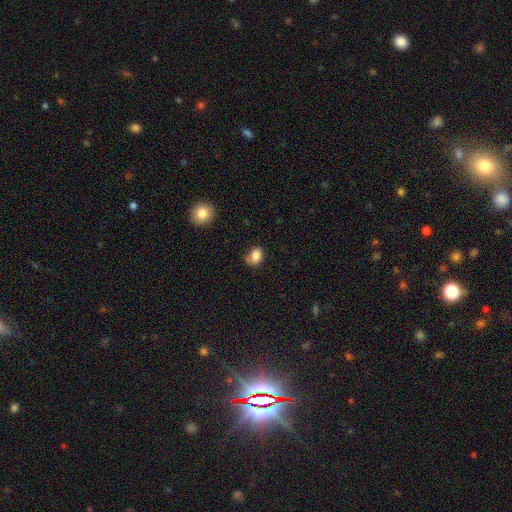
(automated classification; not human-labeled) Q: Smooth or featured?
A: smooth (85%); runner-up: star or artifact (10%)
Q: How rounded?
A: in between (62%); runner-up: round (37%)
Q: Merging?
A: none (59%); runner-up: minor disturbance (30%)